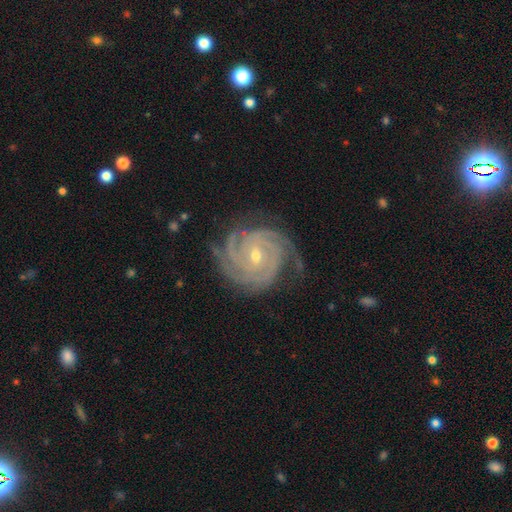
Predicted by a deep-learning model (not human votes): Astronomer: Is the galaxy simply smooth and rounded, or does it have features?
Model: featured or disk — 92%.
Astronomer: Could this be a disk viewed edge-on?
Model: no — 98%.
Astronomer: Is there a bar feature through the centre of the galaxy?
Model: no — 49% (runner-up: weak, 36%).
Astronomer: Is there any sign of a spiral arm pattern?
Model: yes — 99%.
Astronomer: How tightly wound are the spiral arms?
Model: tight — 80%.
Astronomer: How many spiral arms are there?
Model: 4 — 35% (runner-up: 3, 27%).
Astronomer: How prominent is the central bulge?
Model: small — 58% (runner-up: moderate, 39%).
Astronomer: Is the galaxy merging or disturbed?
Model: none — 75%.